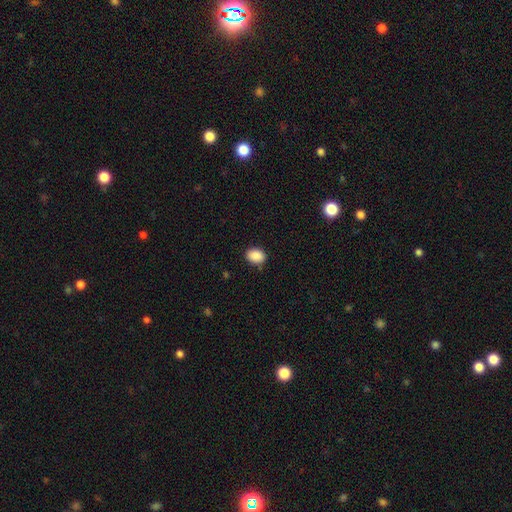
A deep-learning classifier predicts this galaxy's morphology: A smooth galaxy with no disk features (89%) that is in between round and cigar-shaped (68%).

Vote fractions:
- Smooth or featured? smooth: 89% / star or artifact: 8% / featured or disk: 3%
- How rounded? in between: 68% / round: 31% / cigar-shaped: 1%
- Merging? none: 87% / minor disturbance: 10% / major disturbance: 2% / merger: 1%